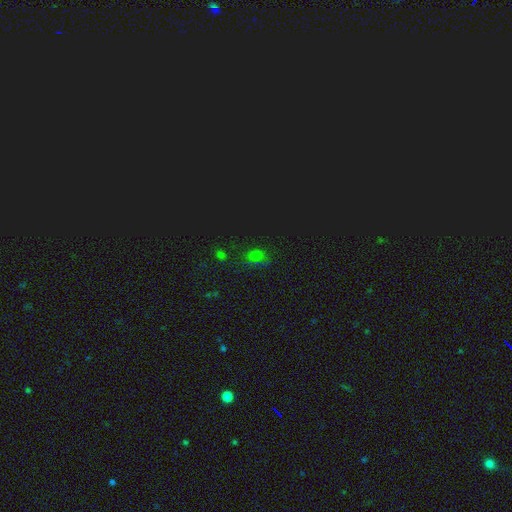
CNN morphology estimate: Smooth or featured?
  - smooth: 57% *
  - star or artifact: 36%
  - featured or disk: 7%
How rounded?
  - round: 56% *
  - in between: 42%
  - cigar-shaped: 2%
Merging?
  - none: 69% *
  - minor disturbance: 19%
  - major disturbance: 8%
  - merger: 4%